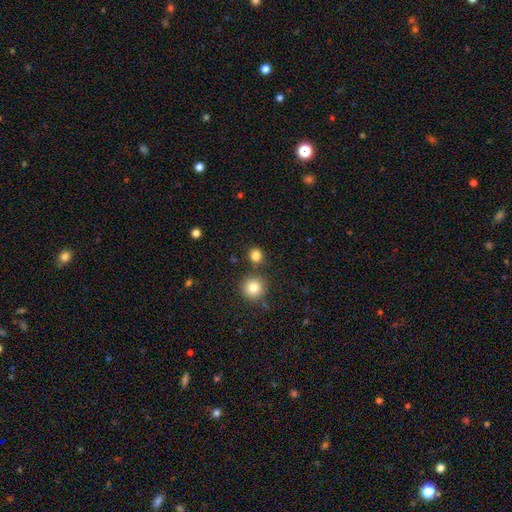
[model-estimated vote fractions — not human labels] The model was most divided on "smooth or featured": smooth: 83%, star or artifact: 13%, featured or disk: 4%. More confident: how rounded — round (88%); merging — none (82%).